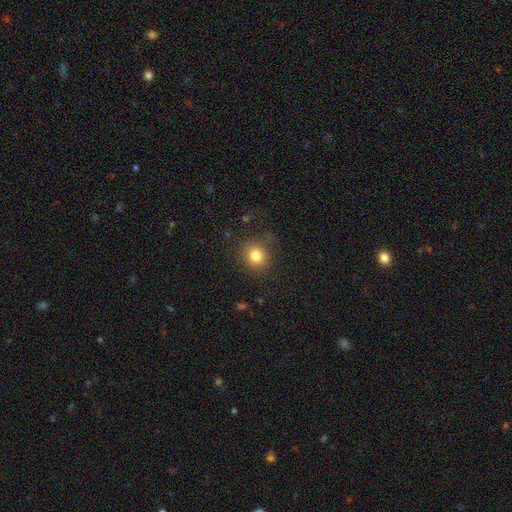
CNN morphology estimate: A smooth galaxy with no disk features (81%) that is round (86%). Merging: none (83%).